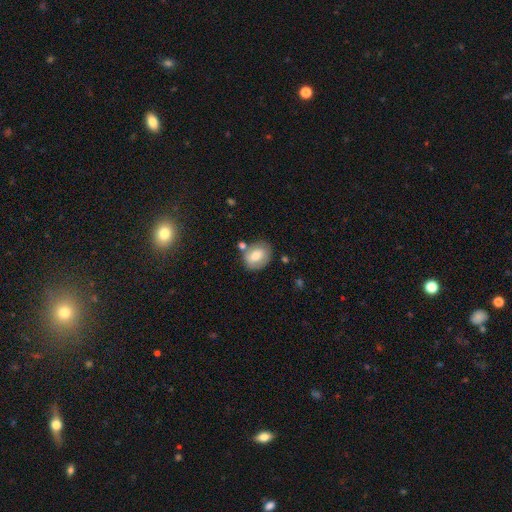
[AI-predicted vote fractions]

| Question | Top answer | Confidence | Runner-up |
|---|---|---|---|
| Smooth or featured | smooth | 69% | featured or disk (23%) |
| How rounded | in between | 62% | round (37%) |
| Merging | none | 65% | minor disturbance (19%) |